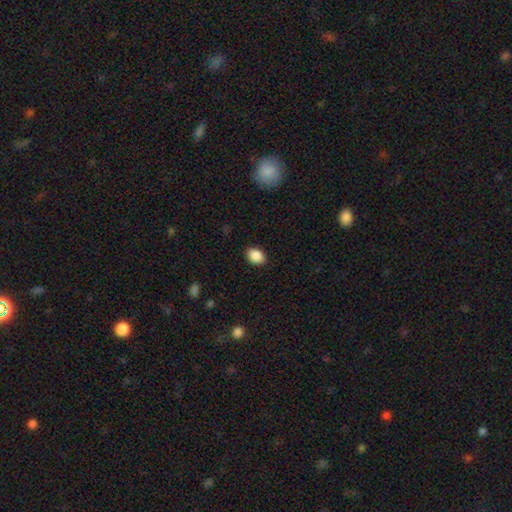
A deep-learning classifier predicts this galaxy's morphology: Smooth or featured? Predicted: smooth (p=0.89). How rounded? Predicted: in between (p=0.70). Merging? Predicted: none (p=0.89).